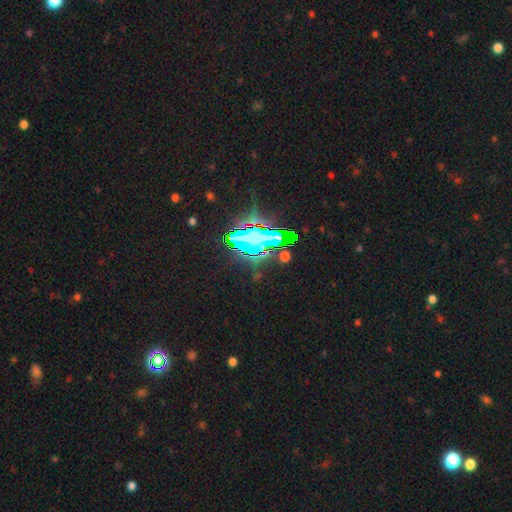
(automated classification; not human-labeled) Smooth or featured?
  - star or artifact: 70% *
  - featured or disk: 15%
  - smooth: 15%